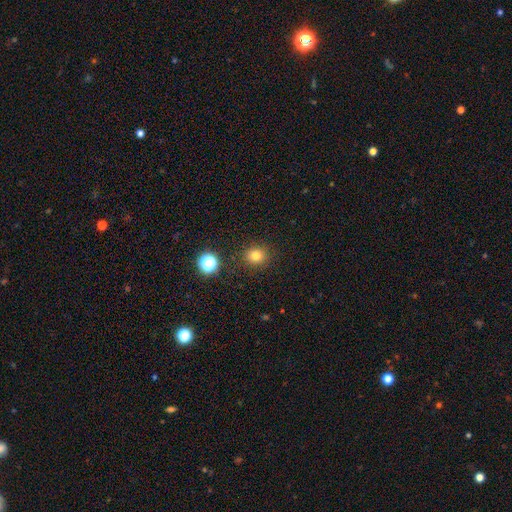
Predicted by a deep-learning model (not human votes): Q: Smooth or featured?
A: smooth (78%); runner-up: star or artifact (15%)
Q: How rounded?
A: round (82%); runner-up: in between (18%)
Q: Merging?
A: none (88%); runner-up: minor disturbance (7%)